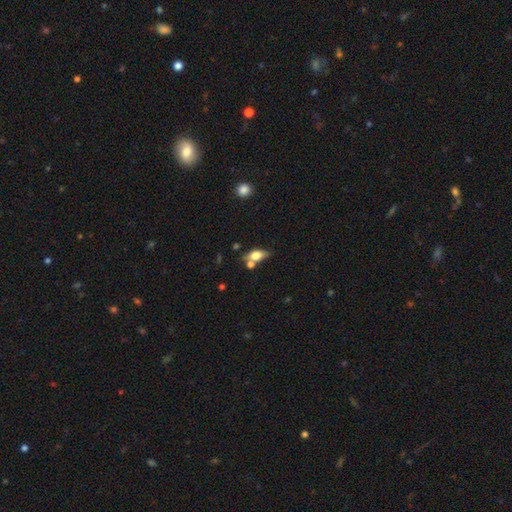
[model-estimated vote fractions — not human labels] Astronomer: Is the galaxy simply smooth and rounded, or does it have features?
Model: smooth — 59%.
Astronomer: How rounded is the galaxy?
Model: in between — 75%.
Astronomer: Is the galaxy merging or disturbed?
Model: none — 56%.